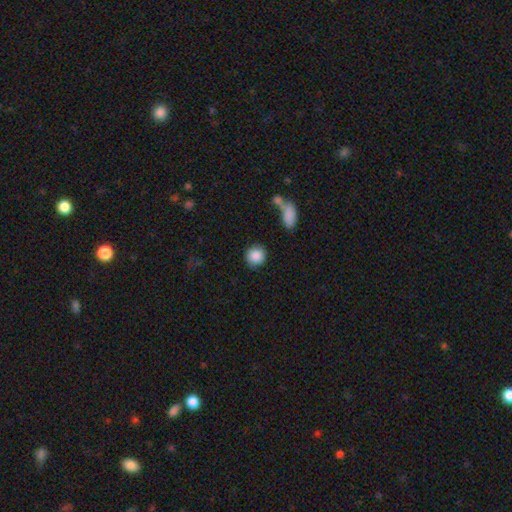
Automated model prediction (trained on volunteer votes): smooth 87%, star or artifact 7%, featured or disk 5%. Down the decision tree: how rounded — round (90%); merging — none (83%).